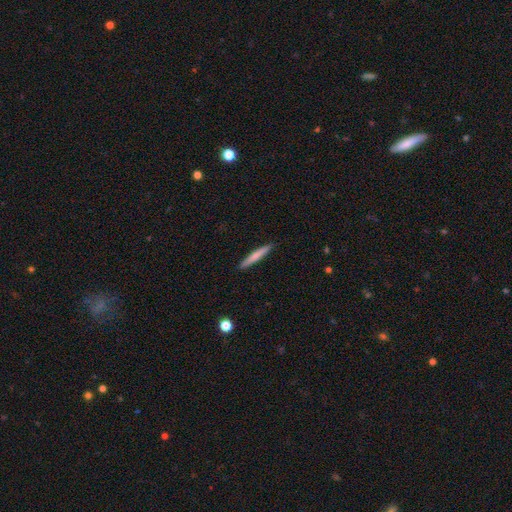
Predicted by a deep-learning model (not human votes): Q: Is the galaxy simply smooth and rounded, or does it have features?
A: smooth — 69%.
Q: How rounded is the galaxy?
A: cigar-shaped — 95%.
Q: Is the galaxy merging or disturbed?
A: none — 91%.